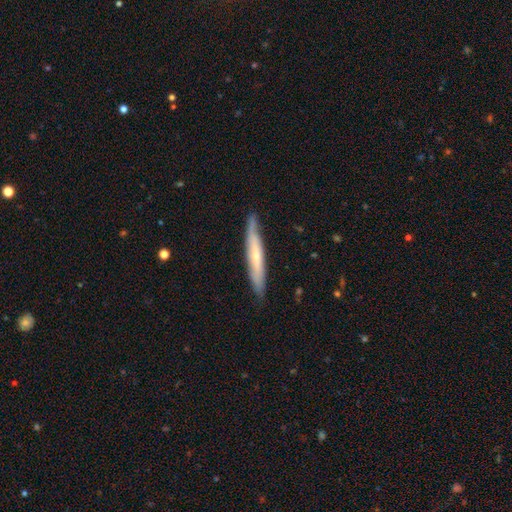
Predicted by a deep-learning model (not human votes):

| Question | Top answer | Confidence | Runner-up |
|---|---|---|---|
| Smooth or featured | featured or disk | 49% | smooth (45%) |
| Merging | none | 83% | minor disturbance (14%) |